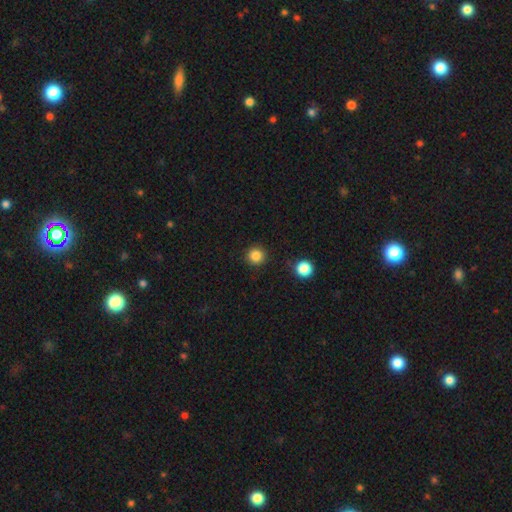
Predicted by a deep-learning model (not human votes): Smooth or featured: smooth — 85% (star or artifact — 12%)
How rounded: round — 95% (in between — 4%)
Merging: none — 91% (minor disturbance — 5%)